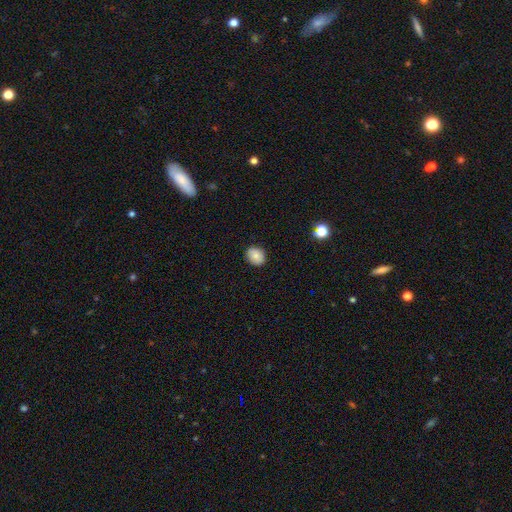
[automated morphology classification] Smooth or featured? Predicted: smooth (p=0.80). How rounded? Predicted: round (p=0.63). Merging? Predicted: none (p=0.87).